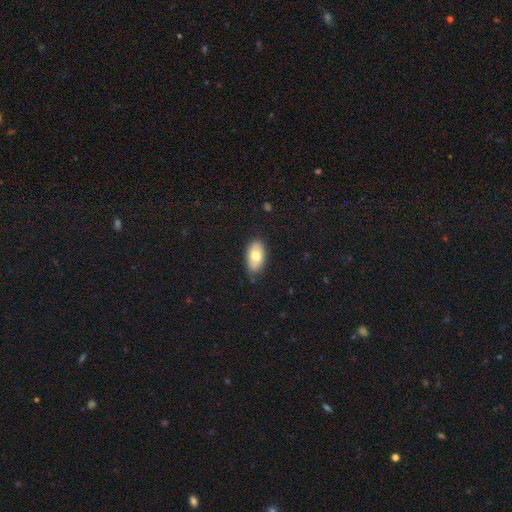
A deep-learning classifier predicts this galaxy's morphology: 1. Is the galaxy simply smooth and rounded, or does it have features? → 74% smooth, 20% featured or disk, 6% star or artifact.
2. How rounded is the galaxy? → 93% in between, 4% round, 3% cigar-shaped.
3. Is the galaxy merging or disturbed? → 78% none, 18% minor disturbance, 3% major disturbance, 1% merger.